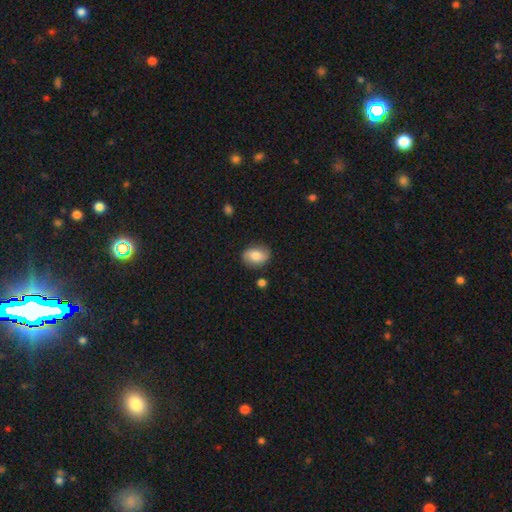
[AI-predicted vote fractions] Q: Smooth or featured?
A: smooth (69%); runner-up: featured or disk (23%)
Q: How rounded?
A: in between (70%); runner-up: round (29%)
Q: Merging?
A: none (80%); runner-up: minor disturbance (14%)